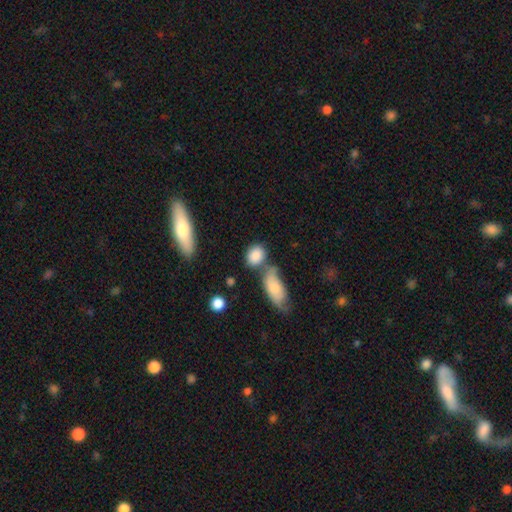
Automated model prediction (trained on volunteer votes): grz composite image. It shows a smooth galaxy with no disk features (85%) that is in between round and cigar-shaped (65%). Merging: none (49%).